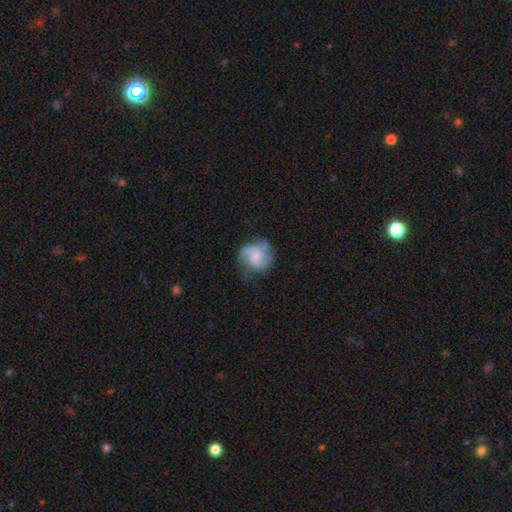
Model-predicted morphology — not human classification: The model was most divided on "bulge size": small: 33%, moderate: 30%, none: 27%, large: 8%, dominant: 2%. Remaining: edge-on disk — no (98%); spiral arms — yes (94%); smooth or featured — featured or disk (71%); merging — none (64%); bar — no (61%); spiral winding — medium (51%); spiral arm count — 2 (50%).